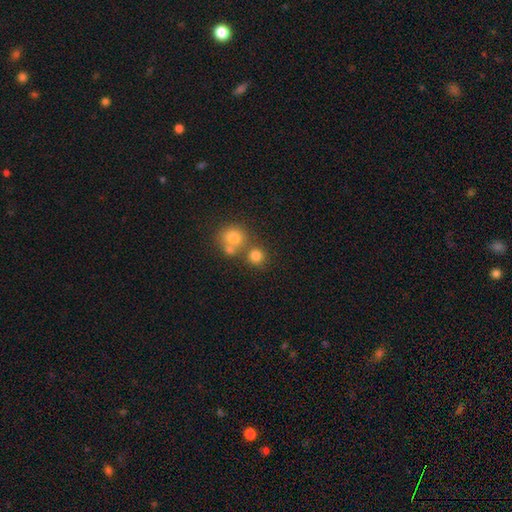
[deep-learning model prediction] A smooth galaxy with no disk features (80%) that is round (88%). Merging: none (61%).